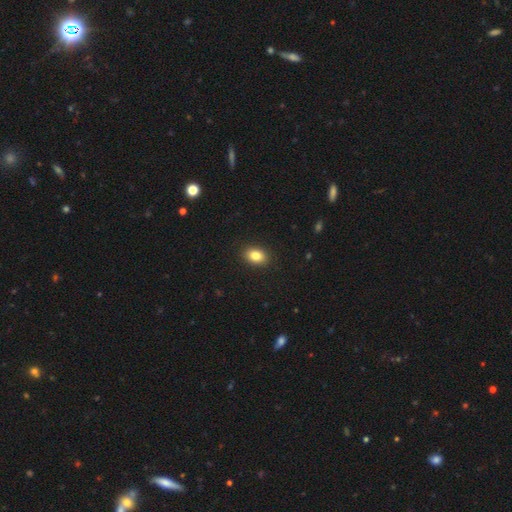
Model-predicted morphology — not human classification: A smooth galaxy with no disk features (84%) that is in between round and cigar-shaped (78%).

Vote fractions:
- Smooth or featured? smooth: 84% / star or artifact: 9% / featured or disk: 7%
- How rounded? in between: 78% / round: 21% / cigar-shaped: 1%
- Merging? none: 91% / minor disturbance: 7% / major disturbance: 2% / merger: 1%